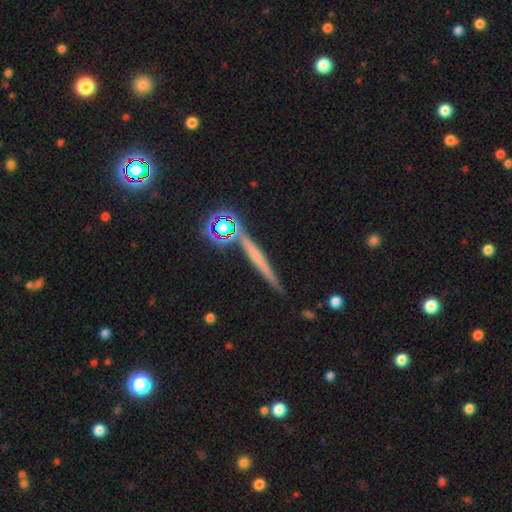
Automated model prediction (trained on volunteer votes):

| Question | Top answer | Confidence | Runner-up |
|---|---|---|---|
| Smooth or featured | featured or disk | 45% | smooth (37%) |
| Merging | none | 85% | minor disturbance (8%) |